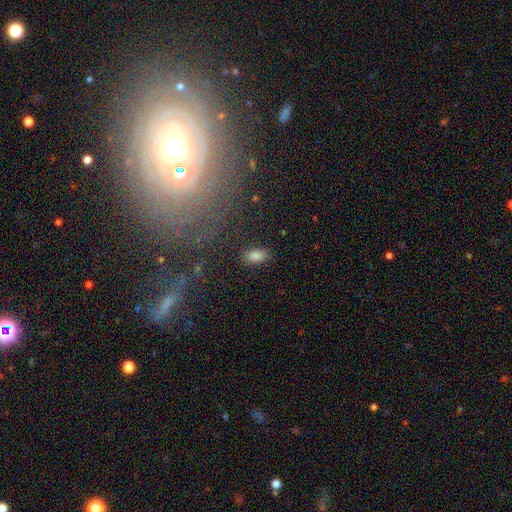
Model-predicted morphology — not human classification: type=smooth (85%); roundness=in between (92%); merging=none (84%).